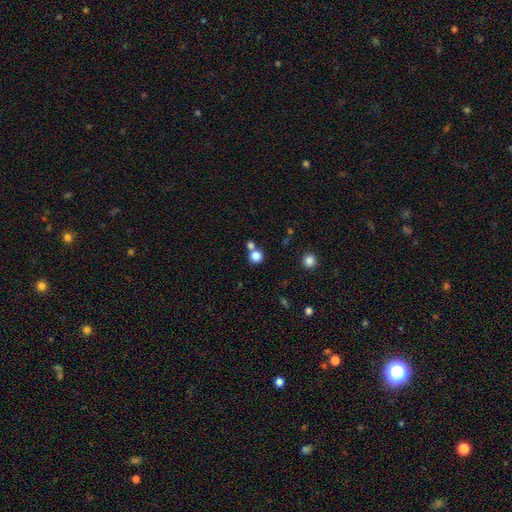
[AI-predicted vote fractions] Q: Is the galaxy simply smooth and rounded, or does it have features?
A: smooth — 82%.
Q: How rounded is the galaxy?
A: round — 90%.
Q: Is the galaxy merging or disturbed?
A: none — 59%.